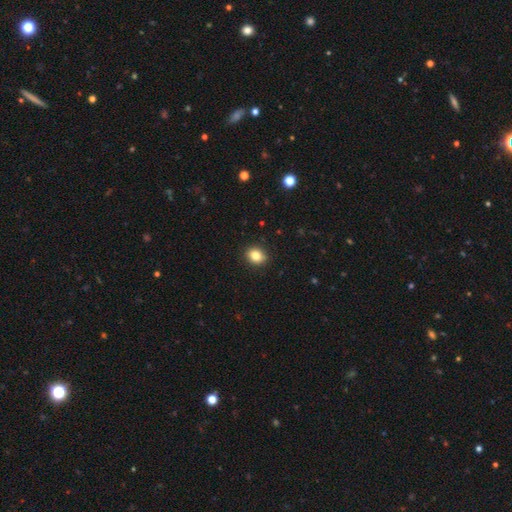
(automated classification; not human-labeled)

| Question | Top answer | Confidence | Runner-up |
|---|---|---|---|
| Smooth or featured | smooth | 83% | star or artifact (10%) |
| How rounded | round | 65% | in between (34%) |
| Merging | none | 90% | minor disturbance (8%) |